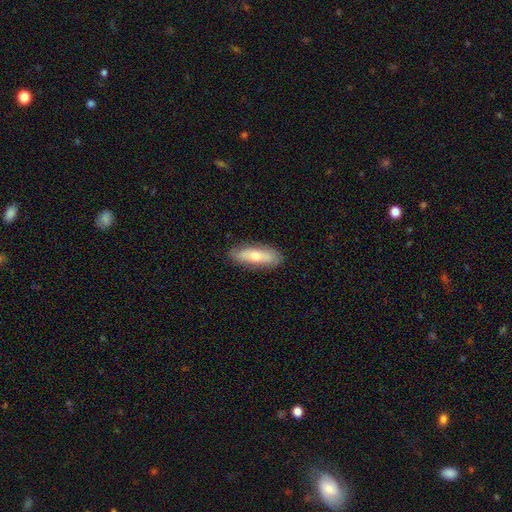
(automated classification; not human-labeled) Smooth or featured? smooth (54%)
How rounded? in between (55%)
Merging? none (84%)